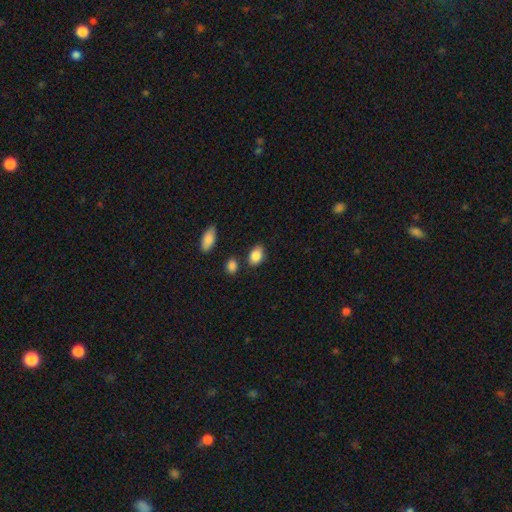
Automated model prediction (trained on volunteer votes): Smooth or featured? smooth (87%)
How rounded? in between (83%)
Merging? none (77%)